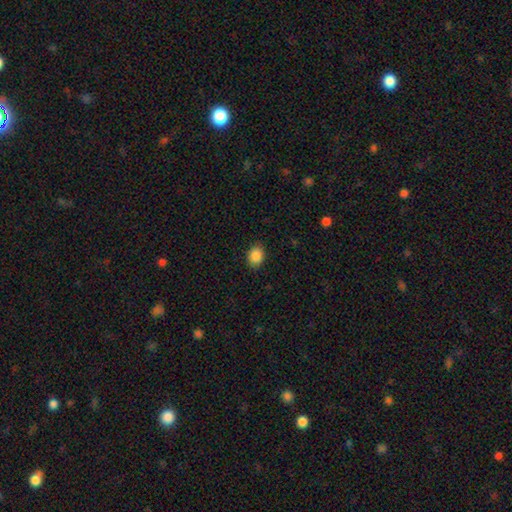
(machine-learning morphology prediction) Smooth or featured? smooth (88%)
How rounded? in between (62%)
Merging? none (88%)